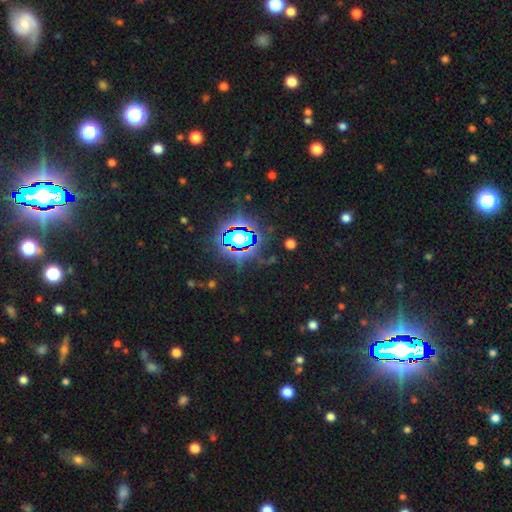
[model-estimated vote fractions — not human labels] star or artifact 82%, smooth 10%, featured or disk 8%.